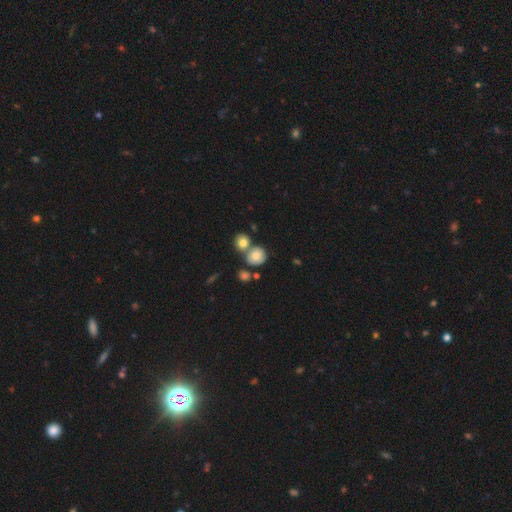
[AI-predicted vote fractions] smooth 72%, featured or disk 18%, star or artifact 10%. Down the decision tree: how rounded — round (78%); merging — none (51%).